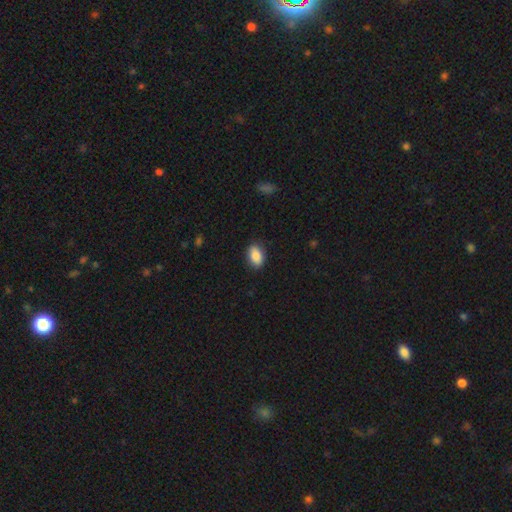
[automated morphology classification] Smooth or featured? Predicted: smooth (p=0.87). How rounded? Predicted: in between (p=0.88). Merging? Predicted: none (p=0.86).